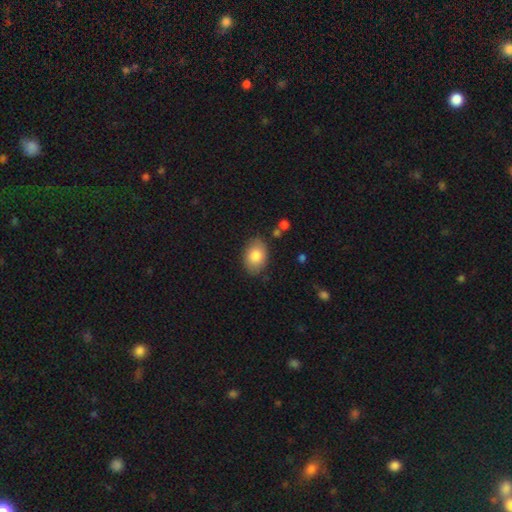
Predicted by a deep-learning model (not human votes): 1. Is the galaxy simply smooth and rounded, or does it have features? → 82% smooth, 11% featured or disk, 7% star or artifact.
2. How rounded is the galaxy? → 80% in between, 19% round, 1% cigar-shaped.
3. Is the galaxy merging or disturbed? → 82% none, 13% minor disturbance, 3% major disturbance, 2% merger.